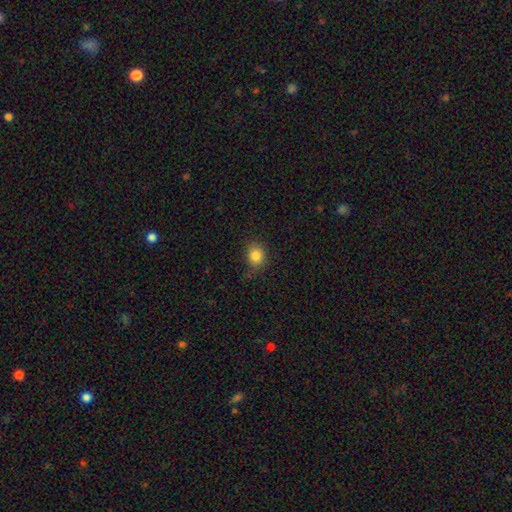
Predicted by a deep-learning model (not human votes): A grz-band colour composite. It shows a smooth galaxy with no disk features (84%) that is round (66%). Merging: none (80%).